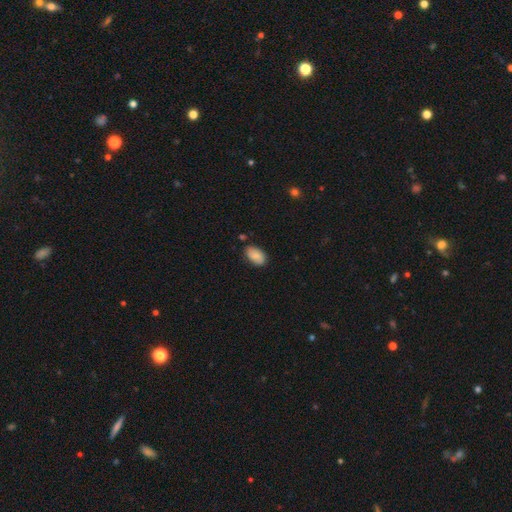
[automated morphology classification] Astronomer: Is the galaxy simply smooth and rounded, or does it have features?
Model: smooth — 84%.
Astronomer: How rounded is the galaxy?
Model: in between — 93%.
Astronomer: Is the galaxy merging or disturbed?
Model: none — 80%.